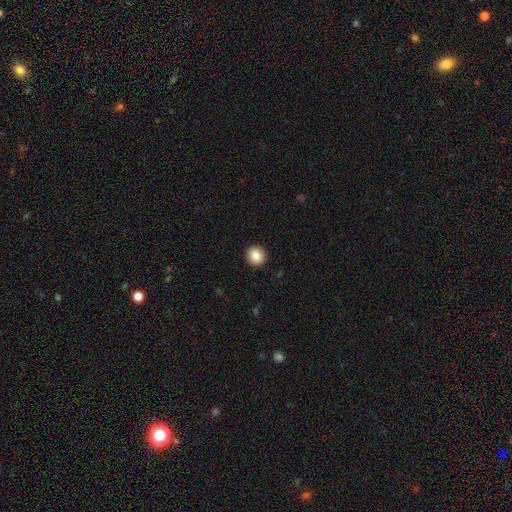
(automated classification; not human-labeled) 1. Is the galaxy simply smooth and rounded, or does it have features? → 86% smooth, 9% star or artifact, 5% featured or disk.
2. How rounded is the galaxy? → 90% round, 9% in between, 1% cigar-shaped.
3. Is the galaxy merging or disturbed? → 92% none, 5% minor disturbance, 2% major disturbance, 1% merger.